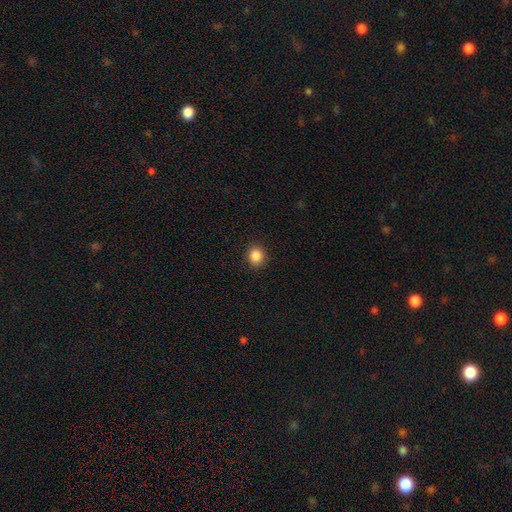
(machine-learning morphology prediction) This appears to be a smooth galaxy with no disk features (87%) that is round (78%). Merging: none (90%).